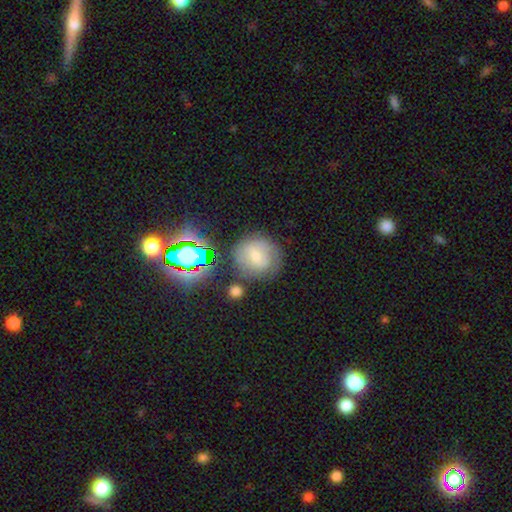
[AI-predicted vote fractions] This appears to be a smooth galaxy with no disk features (46%). Merging: none (71%).